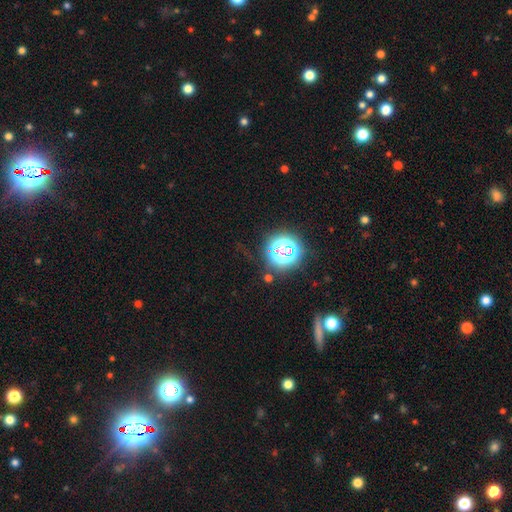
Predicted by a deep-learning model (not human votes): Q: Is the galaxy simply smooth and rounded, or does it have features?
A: star or artifact — 76%.